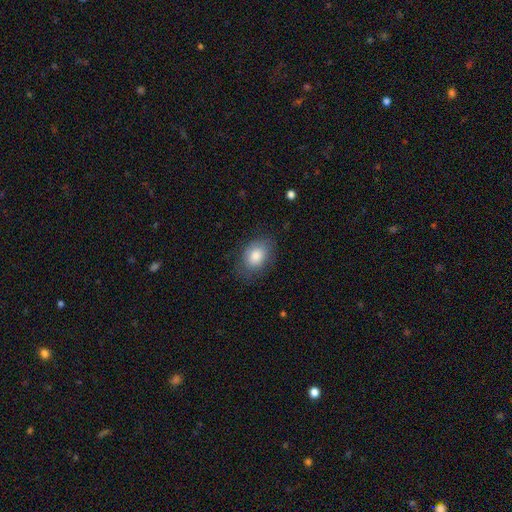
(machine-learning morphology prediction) smooth_or_featured: smooth (p=0.82) [alt: featured or disk p=0.10]
how_rounded: in between (p=0.78) [alt: round p=0.21]
merging: none (p=0.74) [alt: minor disturbance p=0.19]